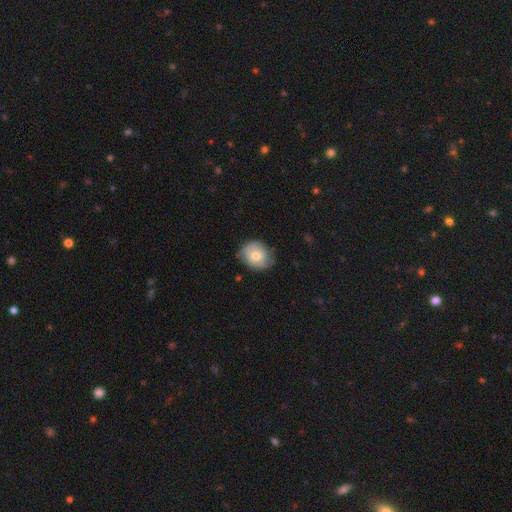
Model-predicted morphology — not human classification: A smooth galaxy with no disk features (58%) that is round (63%). Merging: none (61%).